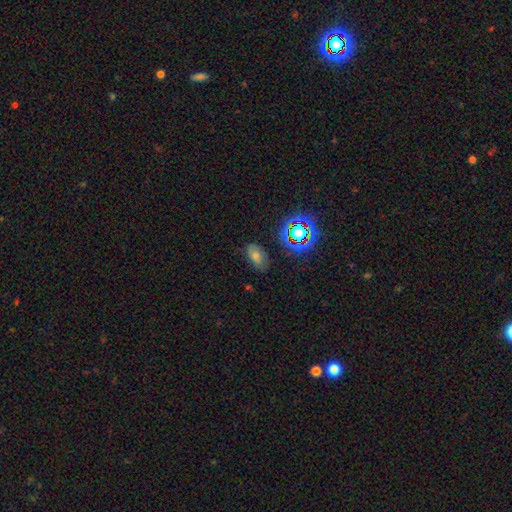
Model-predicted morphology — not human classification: Smooth or featured? smooth (50%)
Merging? none (78%)